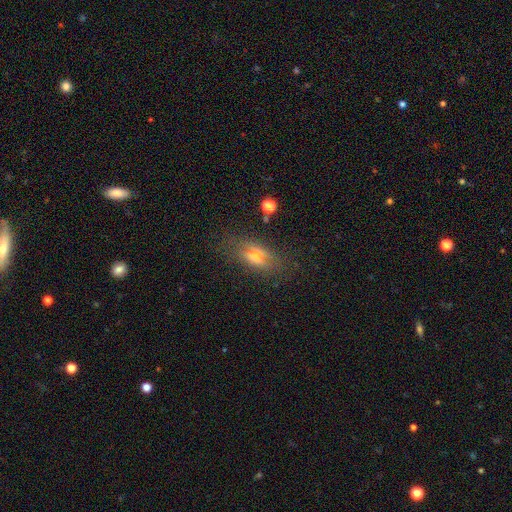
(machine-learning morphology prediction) Smooth or featured: featured or disk — 43% (smooth — 42%)
Merging: none — 77% (minor disturbance — 15%)